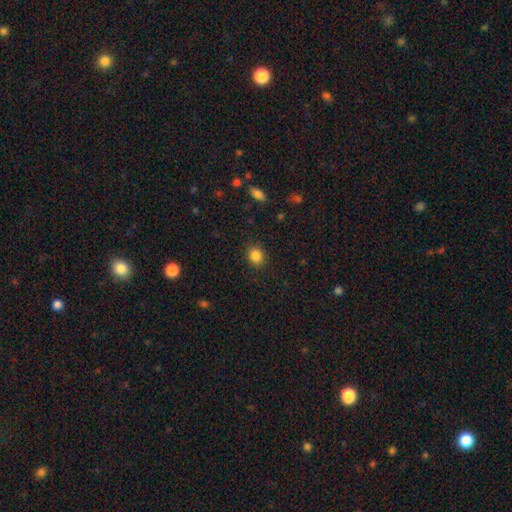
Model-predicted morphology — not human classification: smooth 85%, star or artifact 11%, featured or disk 4%. Down the decision tree: how rounded — round (66%); merging — none (89%).